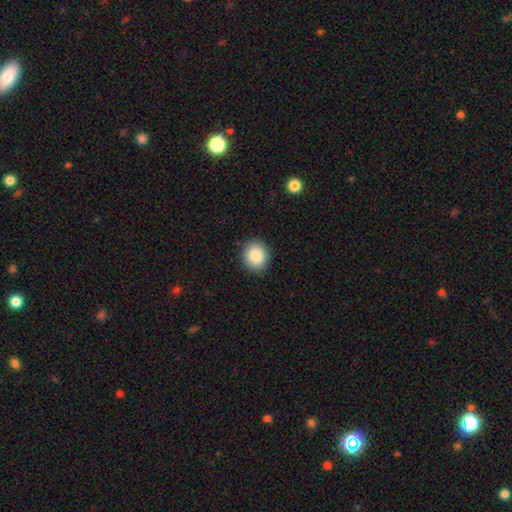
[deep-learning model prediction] This appears to be a smooth galaxy with no disk features (86%) that is round (82%). Merging: none (91%).